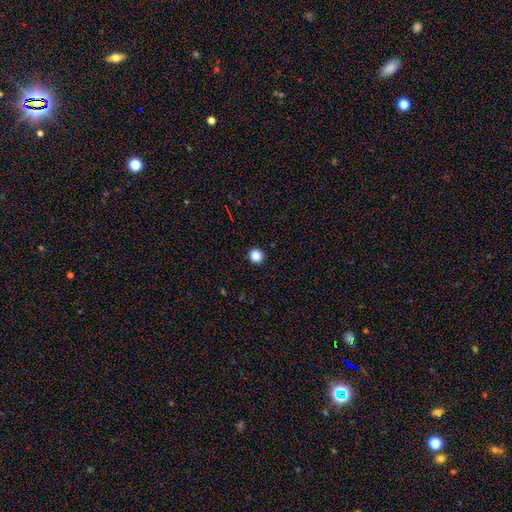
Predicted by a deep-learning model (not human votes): This appears to be a smooth galaxy with no disk features (86%) that is round (93%). Merging: none (92%).